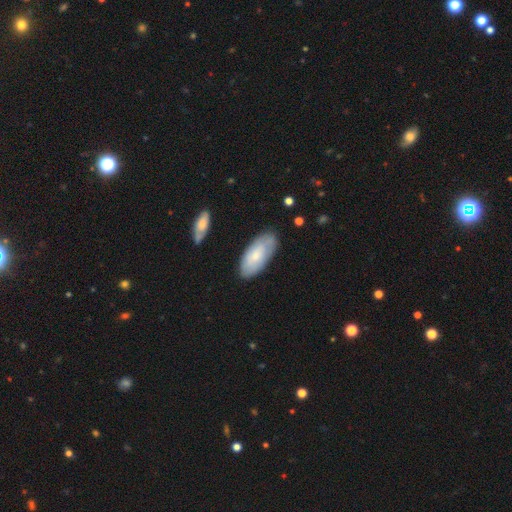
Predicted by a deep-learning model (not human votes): smooth 68%, featured or disk 26%, star or artifact 6%. Down the decision tree: how rounded — in between (90%); merging — none (79%).